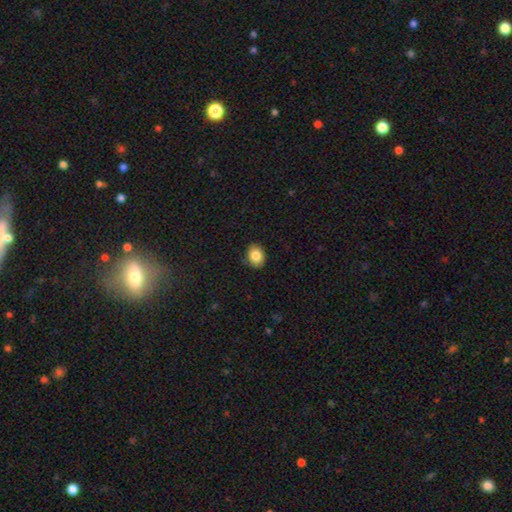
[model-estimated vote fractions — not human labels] A smooth galaxy with no disk features (84%) that is round (50%, tied with in between). Merging: none (85%).